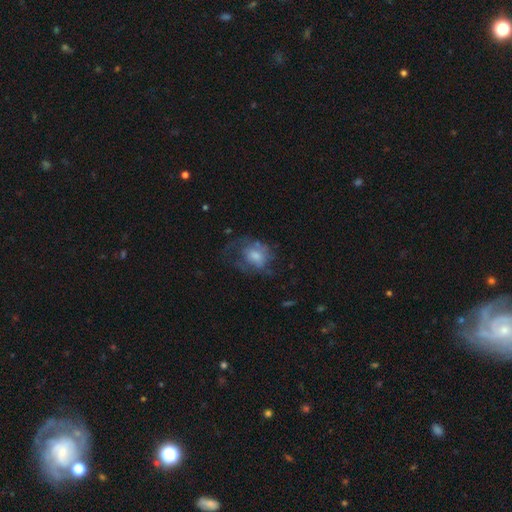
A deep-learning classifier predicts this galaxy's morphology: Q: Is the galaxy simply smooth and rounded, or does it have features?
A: smooth — 46%.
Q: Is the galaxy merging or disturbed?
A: major disturbance — 42%.